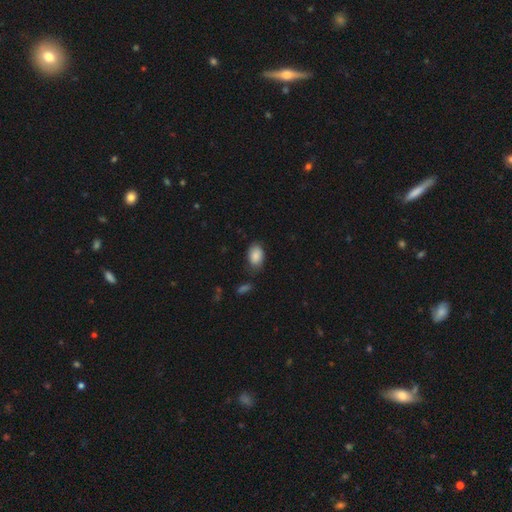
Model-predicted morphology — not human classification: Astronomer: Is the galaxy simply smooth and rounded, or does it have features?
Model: smooth — 88%.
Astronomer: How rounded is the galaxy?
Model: in between — 90%.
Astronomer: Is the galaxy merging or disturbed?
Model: none — 73%.